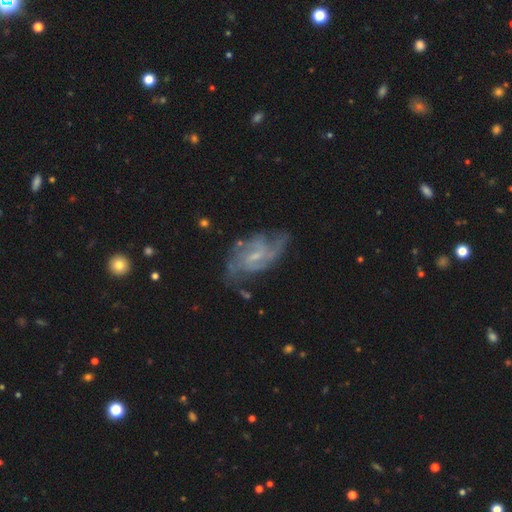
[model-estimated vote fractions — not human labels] The model was most divided on "spiral arm count": 2: 41%, can't tell: 25%, 3: 18%, 4: 7%, 1: 5%, more than 4: 4%. Remaining: edge-on disk — no (96%); spiral arms — yes (93%); smooth or featured — featured or disk (83%); bulge size — small (63%); merging — none (62%); bar — weak (54%); spiral winding — medium (48%).